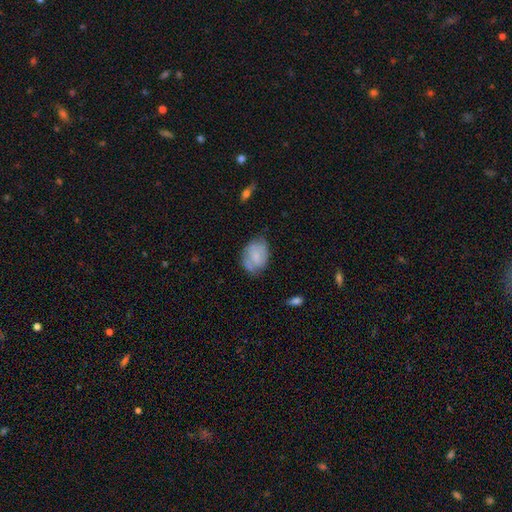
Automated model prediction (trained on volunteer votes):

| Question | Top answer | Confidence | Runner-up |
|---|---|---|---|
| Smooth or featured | smooth | 61% | featured or disk (31%) |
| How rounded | in between | 77% | round (22%) |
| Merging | none | 59% | minor disturbance (29%) |